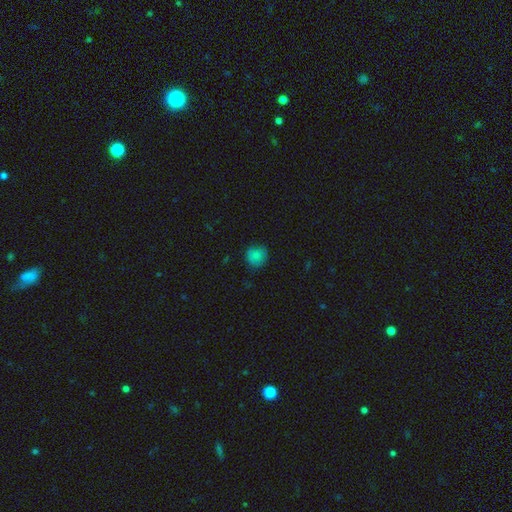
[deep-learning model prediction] Overall: smooth (84%). How rounded: round (89%). Merging: none (82%).